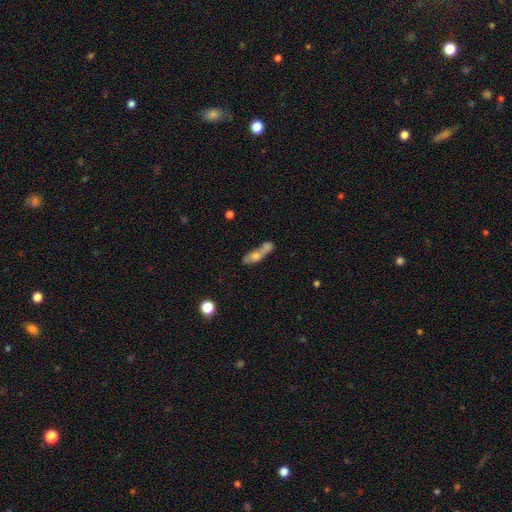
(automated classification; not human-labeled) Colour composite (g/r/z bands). It shows a smooth galaxy with no disk features (58%) that is cigar-shaped (47%, tied with in between). Merging: merger (52%).